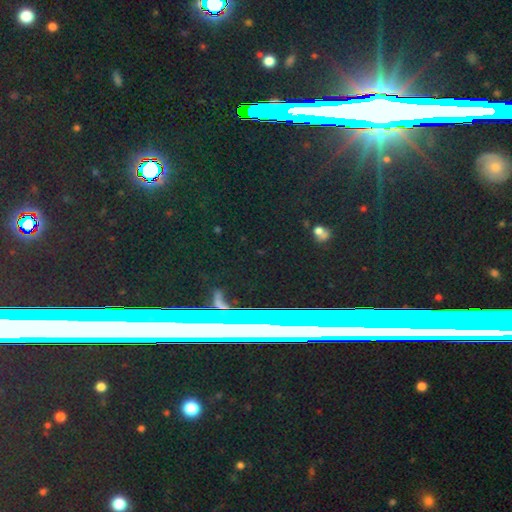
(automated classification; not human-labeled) The model was most divided on "smooth or featured": star or artifact: 73%, featured or disk: 14%, smooth: 14%.